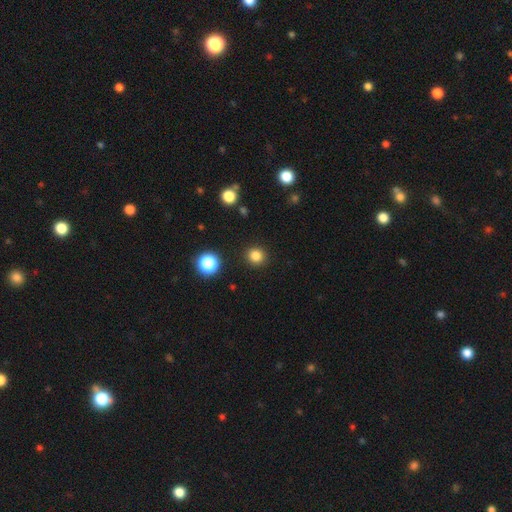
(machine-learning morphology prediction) The model was most divided on "smooth or featured": smooth: 83%, star or artifact: 13%, featured or disk: 4%. More confident: how rounded — round (93%); merging — none (92%).